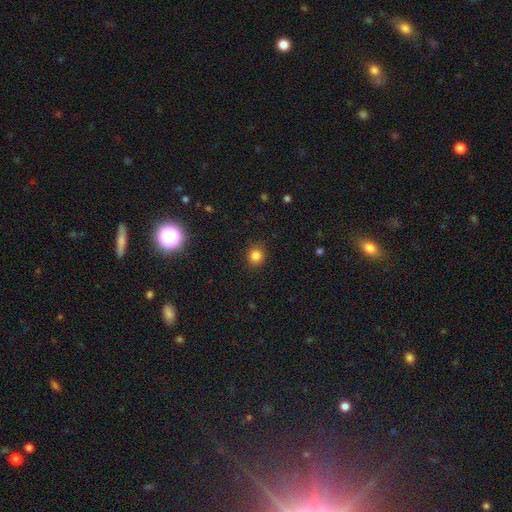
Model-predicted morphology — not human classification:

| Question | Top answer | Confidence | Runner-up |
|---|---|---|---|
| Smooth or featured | smooth | 84% | star or artifact (12%) |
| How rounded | round | 84% | in between (15%) |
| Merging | none | 89% | minor disturbance (7%) |